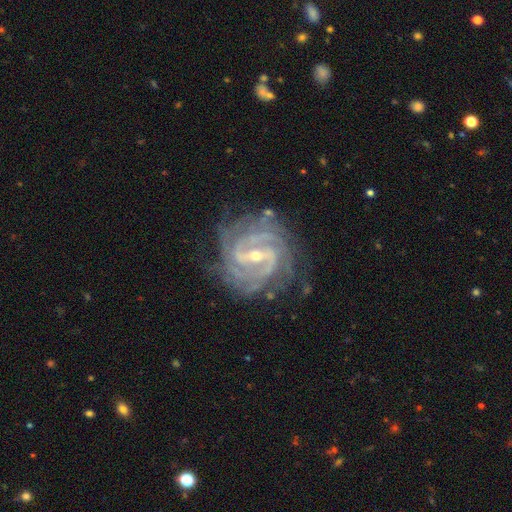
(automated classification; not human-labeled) Morphology: type=featured or disk (93%); edge-on=no (97%); bar=strong (60%); spiral arms=yes (98%); winding=tight (64%); arm count=2 (26%); bulge=small (65%); merging=none (74%).